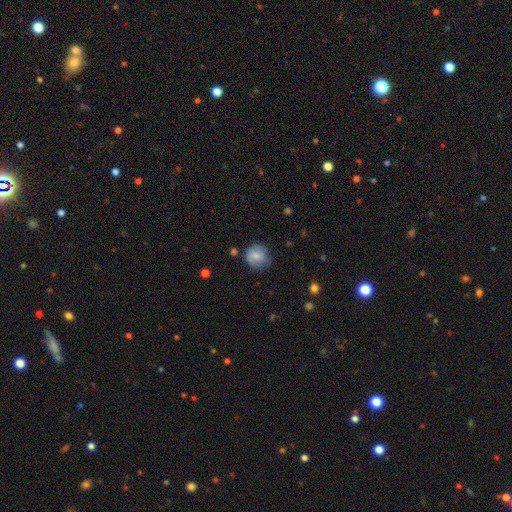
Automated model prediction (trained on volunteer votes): smooth_or_featured: smooth (p=0.79) [alt: featured or disk p=0.13]
how_rounded: round (p=0.87) [alt: in between p=0.12]
merging: none (p=0.70) [alt: minor disturbance p=0.22]